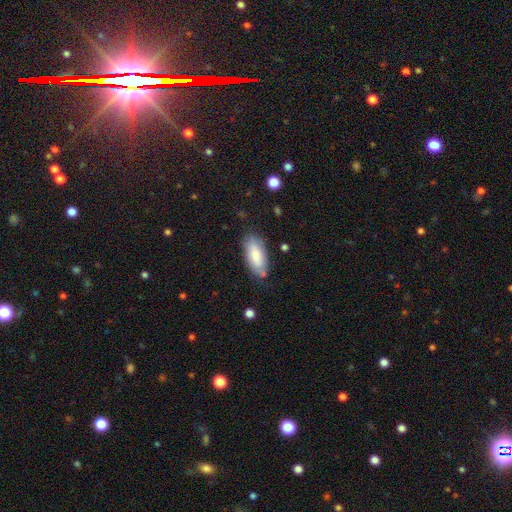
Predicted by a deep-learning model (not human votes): smooth 82%, featured or disk 12%, star or artifact 6%. Down the decision tree: how rounded — in between (85%); merging — none (75%).